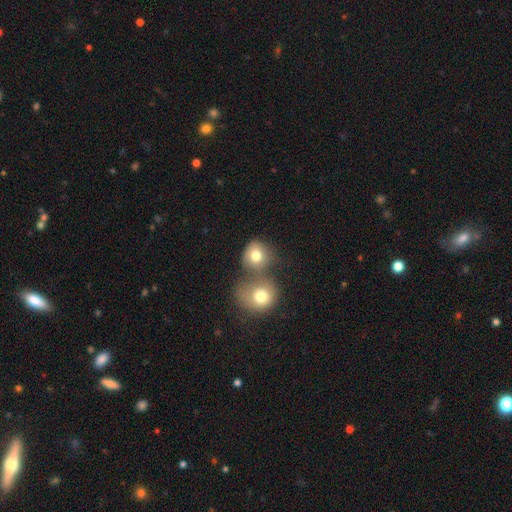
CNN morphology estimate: Smooth or featured? smooth (77%)
How rounded? round (83%)
Merging? merger (48%)